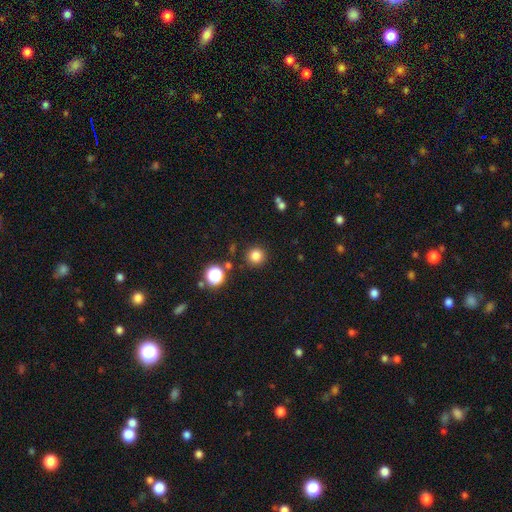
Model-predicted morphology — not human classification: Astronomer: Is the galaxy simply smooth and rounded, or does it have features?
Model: smooth — 81%.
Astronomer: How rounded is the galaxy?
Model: round — 94%.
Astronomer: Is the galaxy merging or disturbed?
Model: none — 89%.